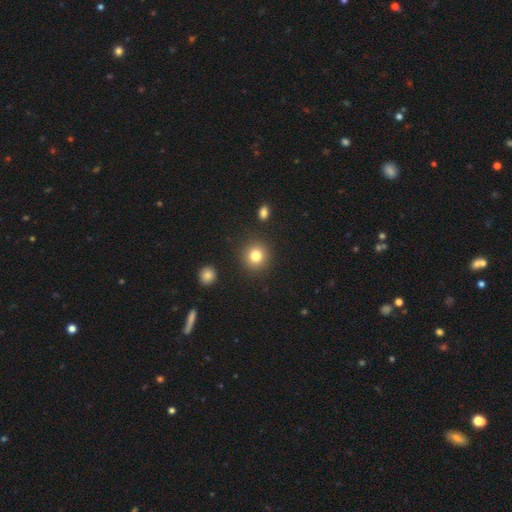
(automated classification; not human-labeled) smooth-or-featured: smooth: 82% | star or artifact: 11% | featured or disk: 7%
  how-rounded: round: 90% | in between: 9% | cigar-shaped: 1%
  merging: none: 89% | minor disturbance: 6% | major disturbance: 2% | merger: 2%